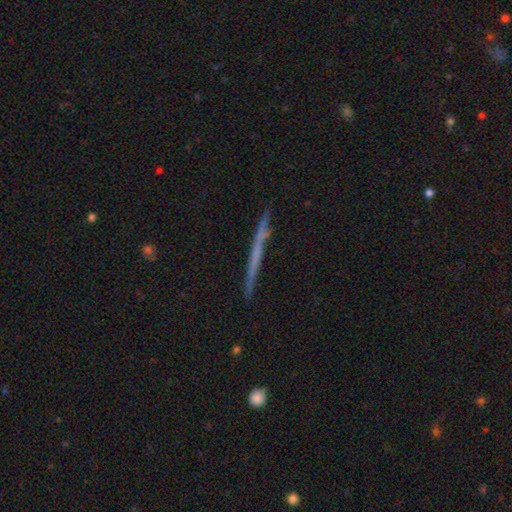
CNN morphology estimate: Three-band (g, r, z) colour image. It shows a featured or disk galaxy (53%) viewed edge-on (97%) with no central bulge (93%). Merging: none (88%).